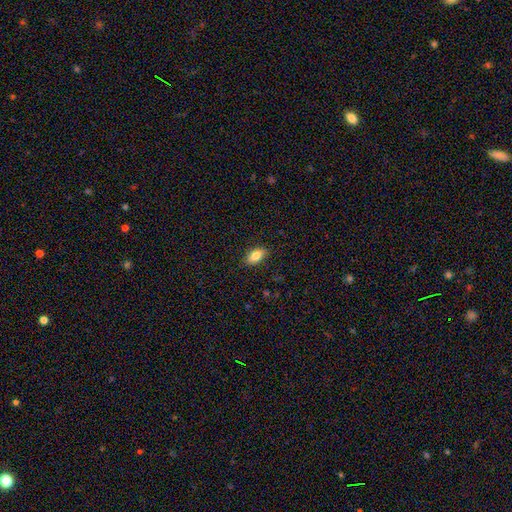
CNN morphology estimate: smooth-or-featured: smooth: 82% | featured or disk: 11% | star or artifact: 8%
  how-rounded: in between: 90% | cigar-shaped: 6% | round: 5%
  merging: none: 88% | minor disturbance: 9% | major disturbance: 2% | merger: 1%